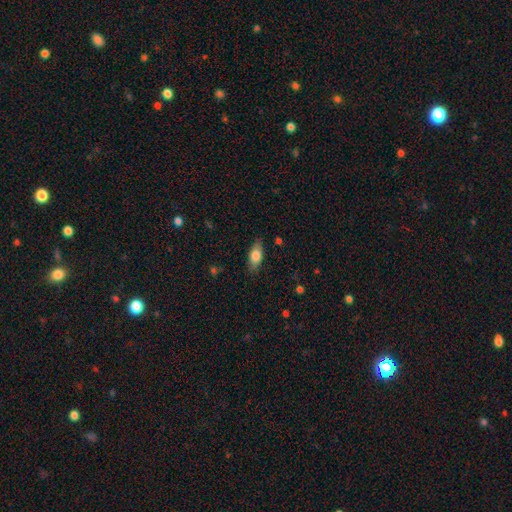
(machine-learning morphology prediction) A smooth galaxy with no disk features (78%) that is in between round and cigar-shaped (82%).

Vote fractions:
- Smooth or featured? smooth: 78% / featured or disk: 16% / star or artifact: 7%
- How rounded? in between: 82% / cigar-shaped: 15% / round: 3%
- Merging? none: 83% / minor disturbance: 13% / major disturbance: 3% / merger: 1%